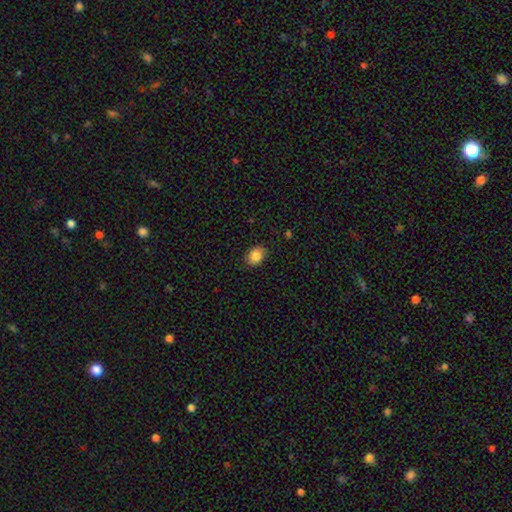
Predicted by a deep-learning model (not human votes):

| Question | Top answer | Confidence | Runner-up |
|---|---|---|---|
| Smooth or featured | smooth | 86% | star or artifact (9%) |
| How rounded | in between | 60% | round (39%) |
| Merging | none | 86% | minor disturbance (11%) |